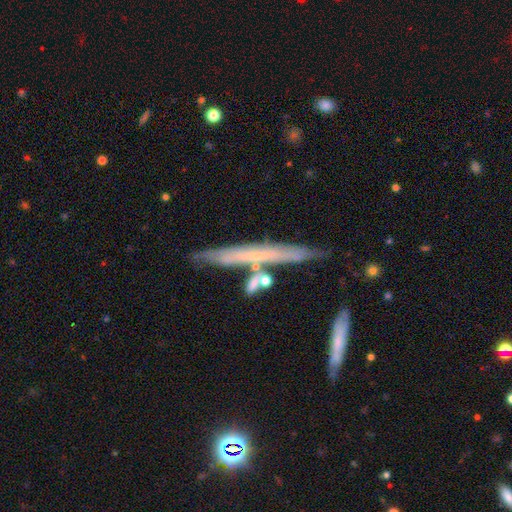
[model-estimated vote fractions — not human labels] Morphology: type=featured or disk (54%); edge-on=yes (92%); merging=none (79%).